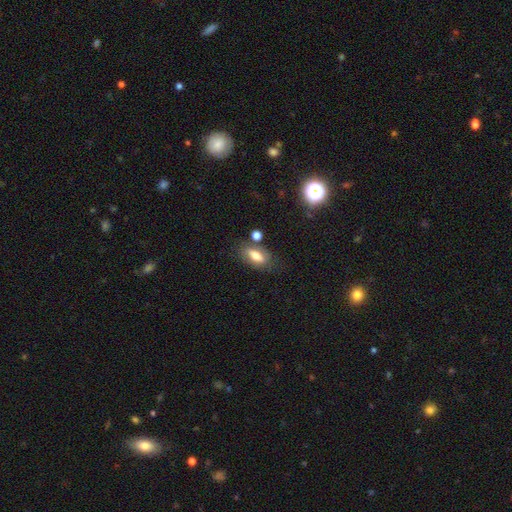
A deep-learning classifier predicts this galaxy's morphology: smooth 67%, featured or disk 23%, star or artifact 10%. Down the decision tree: how rounded — in between (84%); merging — none (69%).